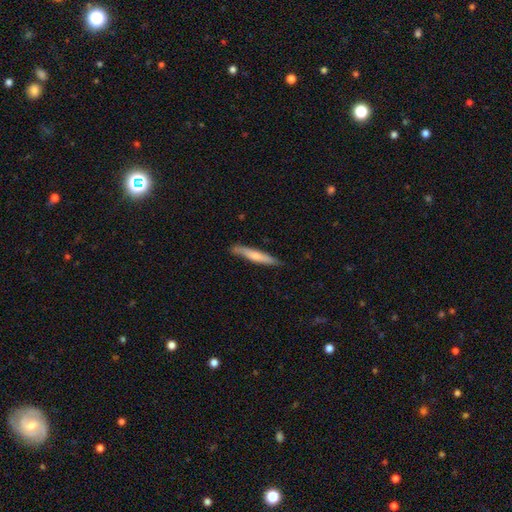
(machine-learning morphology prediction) Q: Smooth or featured?
A: smooth (63%); runner-up: featured or disk (32%)
Q: How rounded?
A: cigar-shaped (93%); runner-up: in between (6%)
Q: Merging?
A: none (81%); runner-up: minor disturbance (15%)